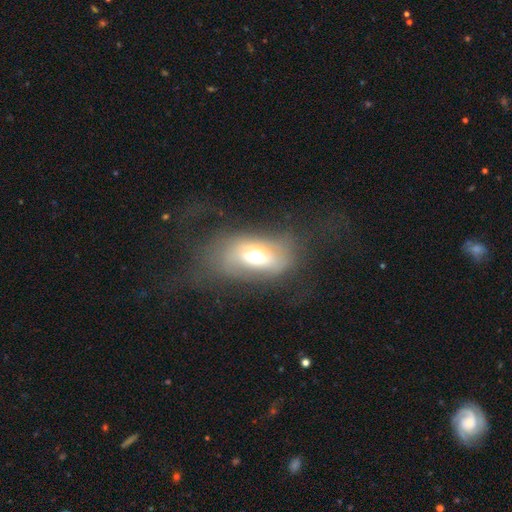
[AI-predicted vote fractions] A smooth galaxy with no disk features (54%) that is in between round and cigar-shaped (84%).

Vote fractions:
- Smooth or featured? smooth: 54% / featured or disk: 36% / star or artifact: 11%
- How rounded? in between: 84% / round: 12% / cigar-shaped: 3%
- Merging? none: 42% / major disturbance: 32% / minor disturbance: 24% / merger: 2%